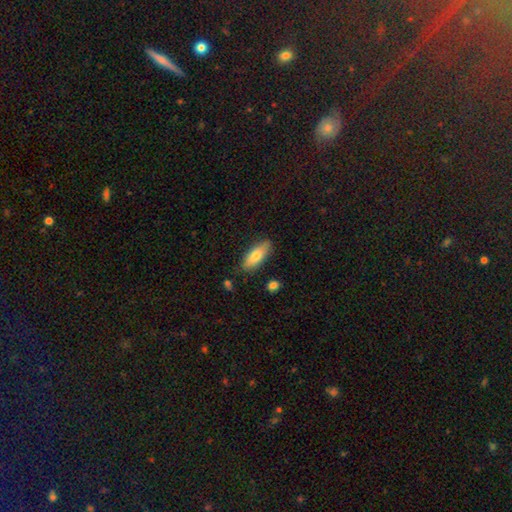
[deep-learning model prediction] The model was most divided on "how rounded": in between: 72%, cigar-shaped: 26%, round: 2%. More confident: merging — none (82%); smooth or featured — smooth (74%).